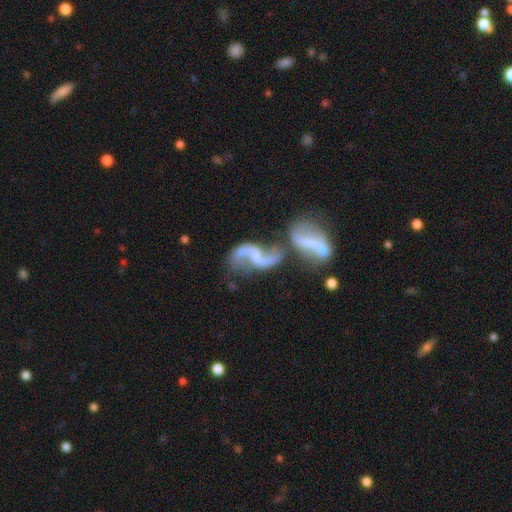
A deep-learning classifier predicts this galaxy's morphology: featured or disk 83%, smooth 10%, star or artifact 7%. Down the decision tree: edge-on disk — no (96%); bar — weak (43%); spiral arms — yes (89%); spiral arm count — 2 (88%); spiral winding — loose (84%); bulge size — none (47%); merging — merger (53%).